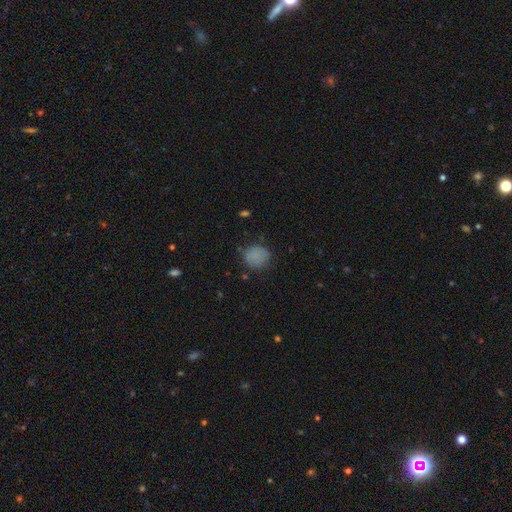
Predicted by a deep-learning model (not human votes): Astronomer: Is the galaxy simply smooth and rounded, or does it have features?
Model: smooth — 80%.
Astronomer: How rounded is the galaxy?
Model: round — 79%.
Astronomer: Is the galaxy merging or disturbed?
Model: none — 71%.